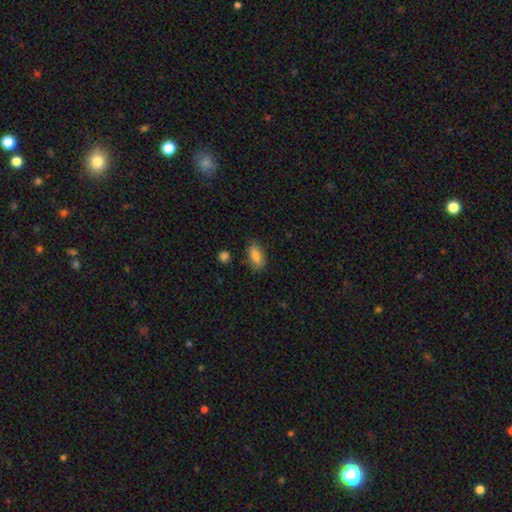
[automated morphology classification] Smooth or featured?
  - smooth: 83% *
  - featured or disk: 10%
  - star or artifact: 7%
How rounded?
  - in between: 81% *
  - cigar-shaped: 15%
  - round: 4%
Merging?
  - none: 77% *
  - minor disturbance: 17%
  - major disturbance: 4%
  - merger: 2%